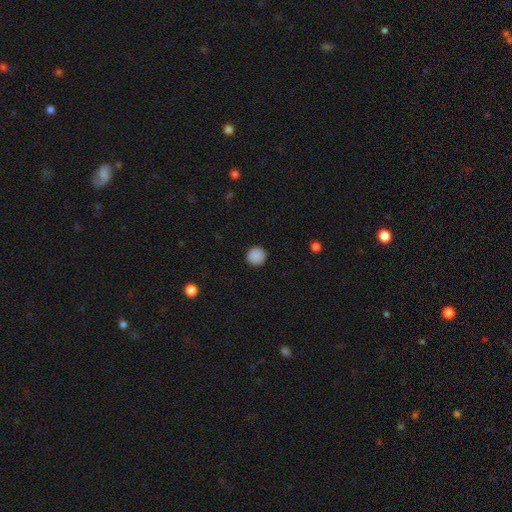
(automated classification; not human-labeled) smooth-or-featured: smooth: 88% | star or artifact: 9% | featured or disk: 2%
  how-rounded: round: 95% | in between: 4% | cigar-shaped: 1%
  merging: none: 92% | minor disturbance: 5% | major disturbance: 2% | merger: 1%